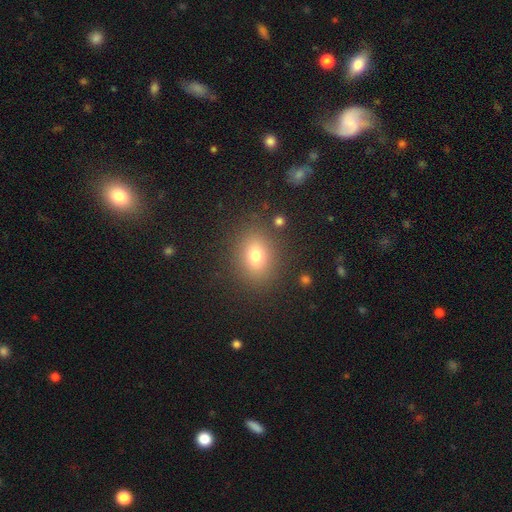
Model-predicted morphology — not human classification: smooth 74%, star or artifact 14%, featured or disk 11%. Down the decision tree: how rounded — round (51%); merging — none (85%).